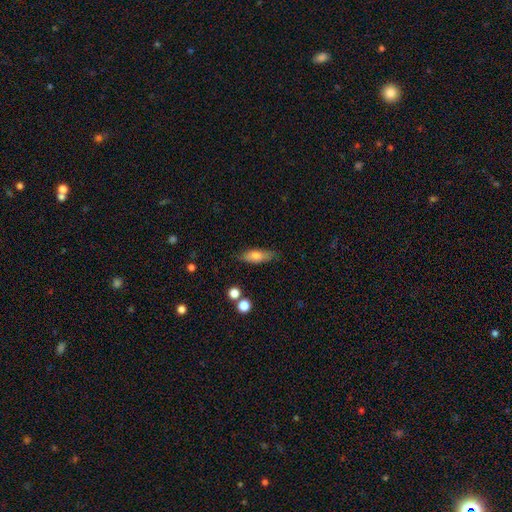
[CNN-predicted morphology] This is likely a smooth galaxy (75%). How rounded: likely in between (67%). Merging: likely none (77%).